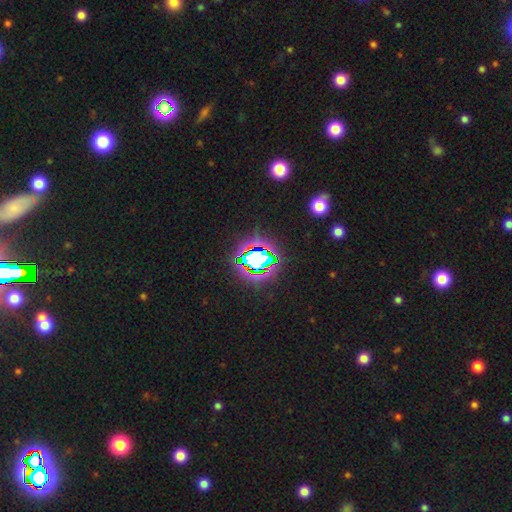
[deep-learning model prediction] A star or artifact, not a galaxy (68%).